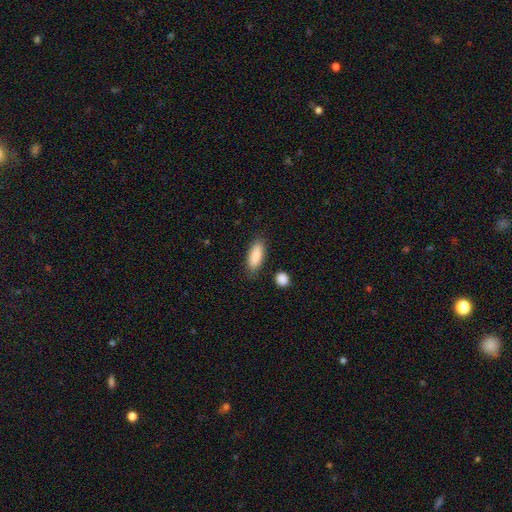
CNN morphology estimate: This appears to be a smooth galaxy with no disk features (88%) that is in between round and cigar-shaped (73%). Merging: none (83%).